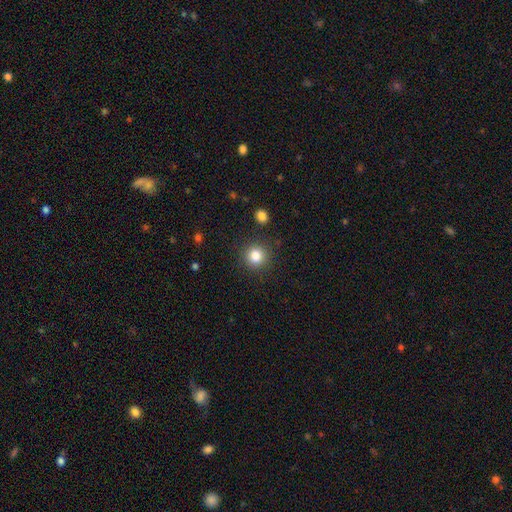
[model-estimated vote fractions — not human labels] Smooth or featured?
  - smooth: 83% *
  - star or artifact: 11%
  - featured or disk: 6%
How rounded?
  - round: 92% *
  - in between: 7%
  - cigar-shaped: 1%
Merging?
  - none: 89% *
  - minor disturbance: 7%
  - major disturbance: 3%
  - merger: 2%